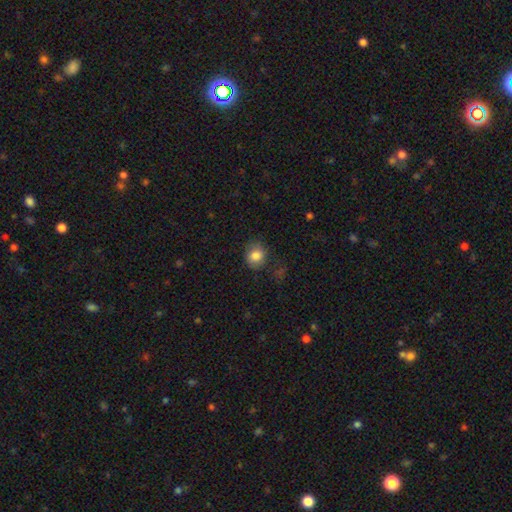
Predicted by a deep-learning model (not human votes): The model was most divided on "how rounded": round: 71%, in between: 28%, cigar-shaped: 1%. More confident: smooth or featured — smooth (84%); merging — none (75%).